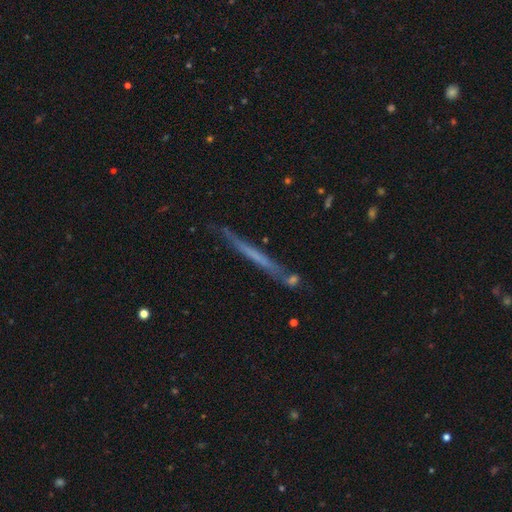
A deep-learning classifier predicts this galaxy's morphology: This is possibly a featured or disk galaxy (52%). It is clearly viewed edge-on (95%). Merging: clearly none (81%).